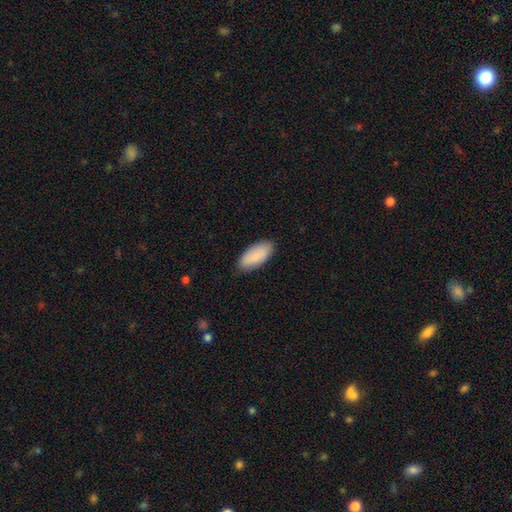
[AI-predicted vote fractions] A smooth galaxy with no disk features (87%) that is in between round and cigar-shaped (90%). Merging: none (85%).